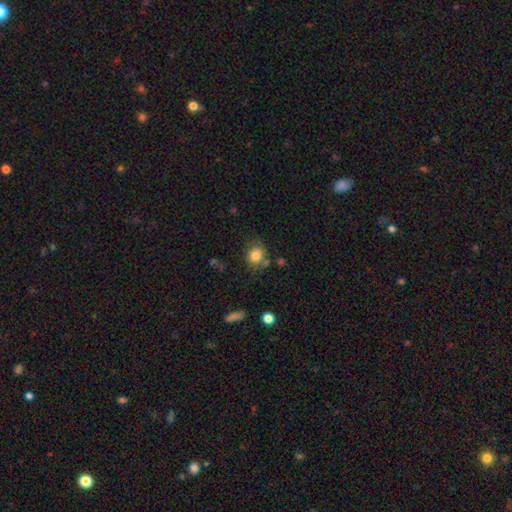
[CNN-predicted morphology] A smooth galaxy with no disk features (82%) that is round (71%).

Vote fractions:
- Smooth or featured? smooth: 82% / star or artifact: 9% / featured or disk: 9%
- How rounded? round: 71% / in between: 28% / cigar-shaped: 1%
- Merging? none: 67% / minor disturbance: 20% / major disturbance: 7% / merger: 7%